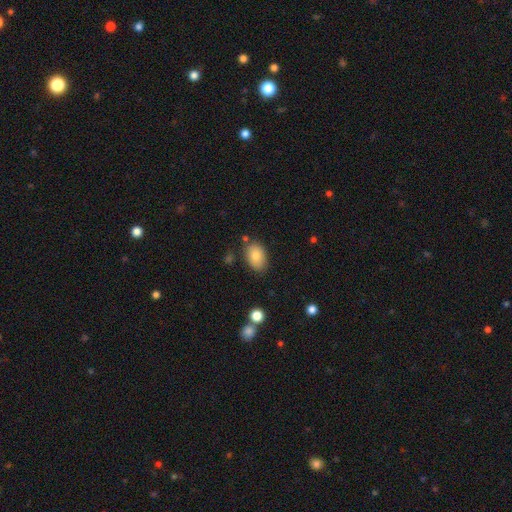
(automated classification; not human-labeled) This appears to be a smooth galaxy with no disk features (80%) that is in between round and cigar-shaped (86%). Merging: none (78%).